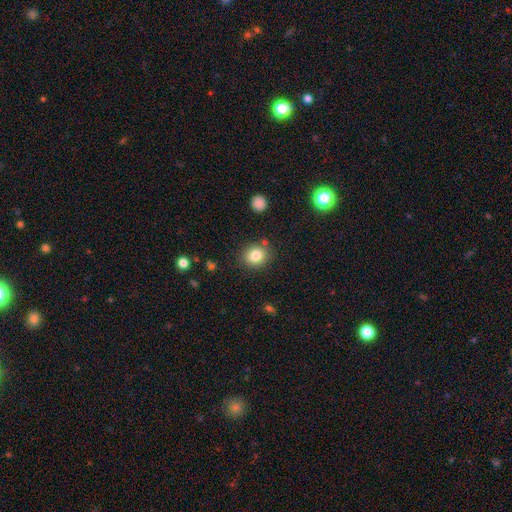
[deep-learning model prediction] Overall: smooth (83%). How rounded: round (72%). Merging: none (83%).